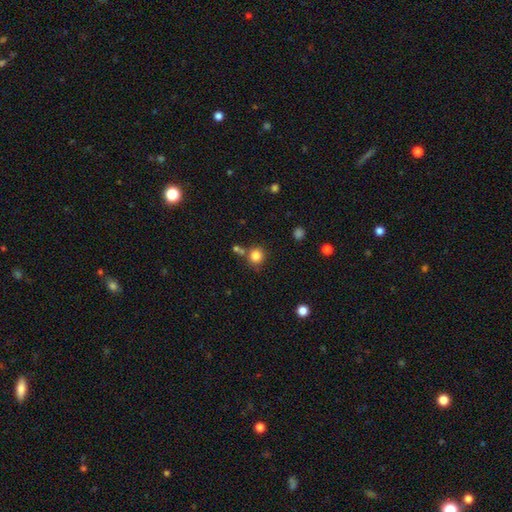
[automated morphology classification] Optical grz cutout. It shows a smooth galaxy with no disk features (83%) that is round (90%). Merging: none (72%).